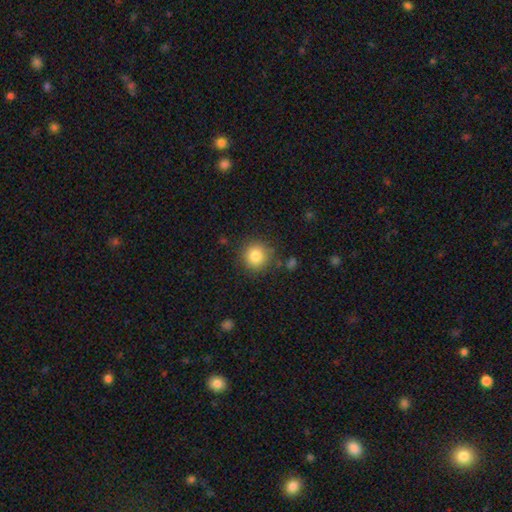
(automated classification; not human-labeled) Q: Smooth or featured?
A: smooth (82%); runner-up: star or artifact (10%)
Q: How rounded?
A: round (93%); runner-up: in between (6%)
Q: Merging?
A: none (85%); runner-up: minor disturbance (9%)